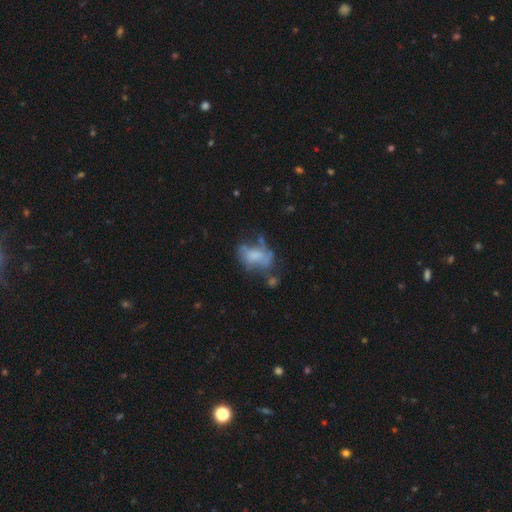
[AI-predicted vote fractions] Smooth or featured?
  - smooth: 51% *
  - featured or disk: 38%
  - star or artifact: 11%
How rounded?
  - in between: 86% *
  - round: 11%
  - cigar-shaped: 3%
Merging?
  - none: 32% *
  - major disturbance: 27%
  - minor disturbance: 26%
  - merger: 16%